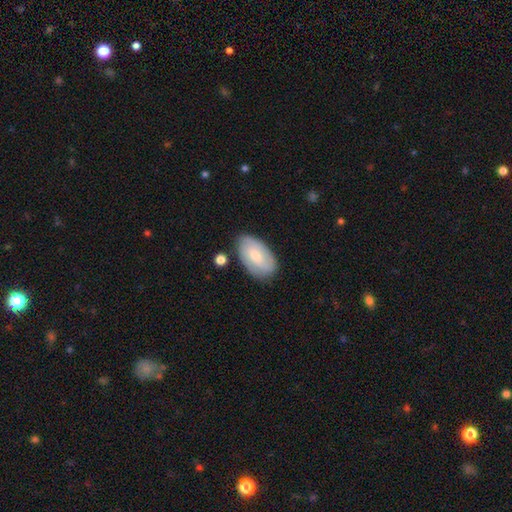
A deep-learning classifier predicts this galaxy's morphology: Smooth or featured: smooth — 52% (featured or disk — 42%)
How rounded: in between — 93% (round — 5%)
Merging: none — 77% (minor disturbance — 16%)